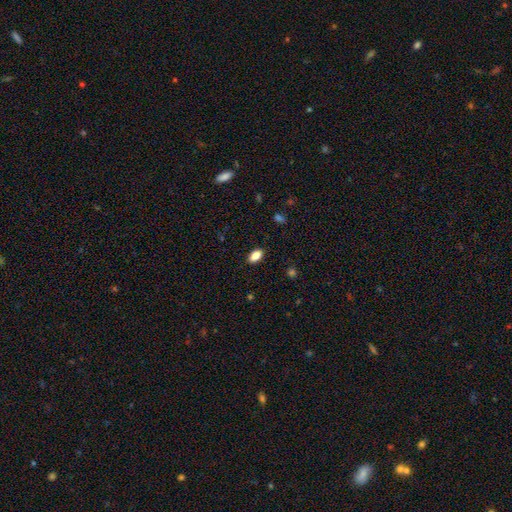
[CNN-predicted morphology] Overall: smooth (86%). How rounded: in between (89%). Merging: none (88%).